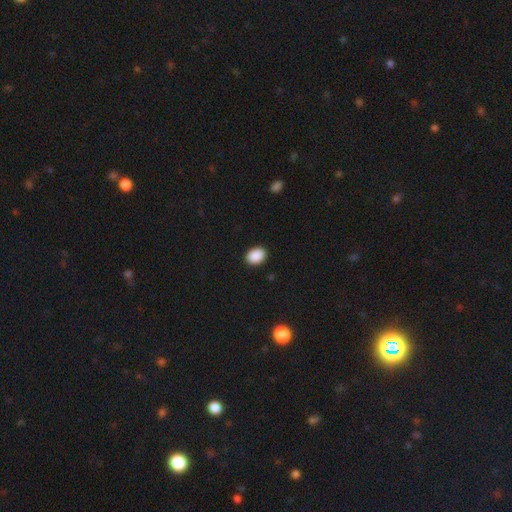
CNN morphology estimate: This is clearly a smooth galaxy (90%). How rounded: likely in between (69%). Merging: clearly none (90%).